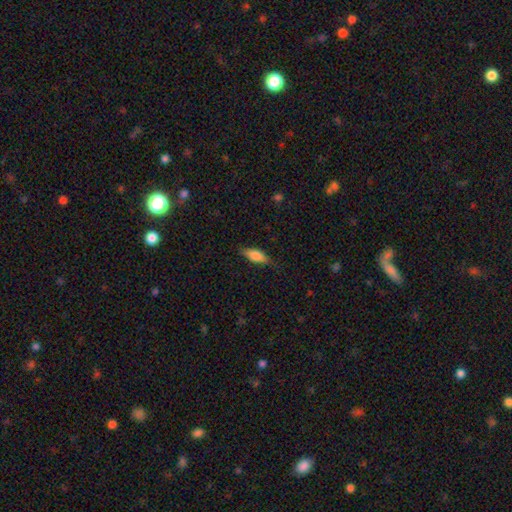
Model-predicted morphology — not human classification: This appears to be a smooth galaxy with no disk features (75%) that is in between round and cigar-shaped (70%). Merging: none (79%).